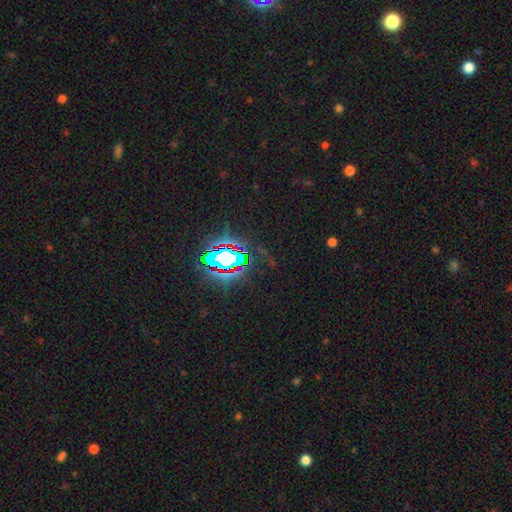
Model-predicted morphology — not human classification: smooth_or_featured: star or artifact (p=0.83) [alt: smooth p=0.10]